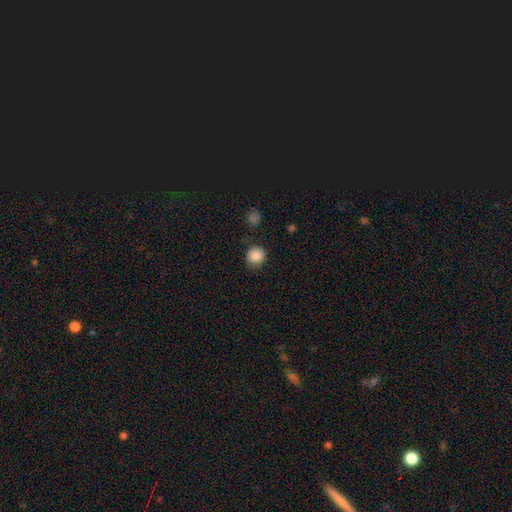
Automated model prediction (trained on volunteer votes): The model was most divided on "merging": none: 82%, minor disturbance: 12%, major disturbance: 3%, merger: 2%. More confident: how rounded — round (90%); smooth or featured — smooth (87%).